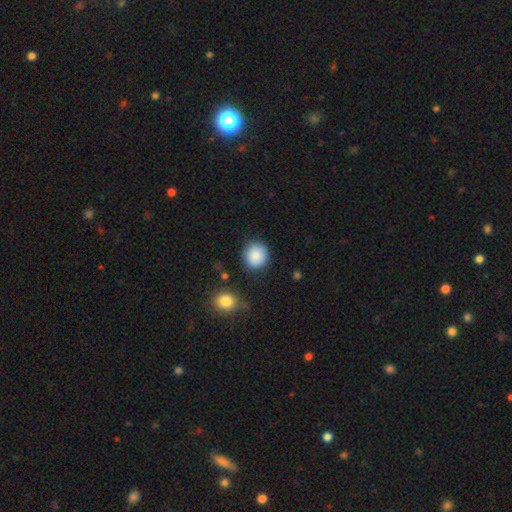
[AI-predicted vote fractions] smooth 88%, star or artifact 8%, featured or disk 4%. Down the decision tree: how rounded — round (88%); merging — none (86%).